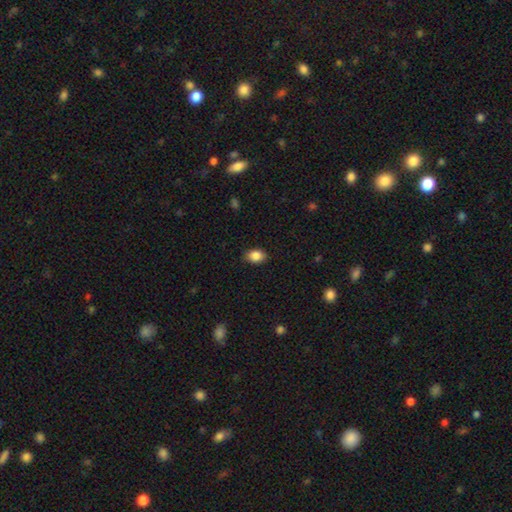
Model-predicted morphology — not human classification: This is clearly a smooth galaxy (87%). How rounded: likely in between (74%). Merging: clearly none (86%).